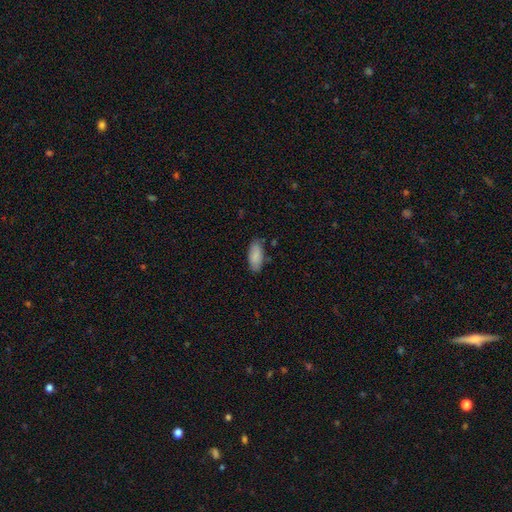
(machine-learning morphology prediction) smooth 86%, featured or disk 7%, star or artifact 6%. Down the decision tree: how rounded — in between (85%); merging — none (78%).